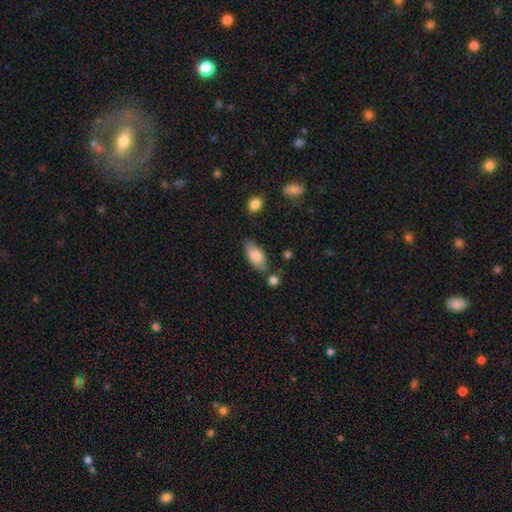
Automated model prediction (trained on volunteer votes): Smooth or featured?
  - smooth: 81% *
  - featured or disk: 13%
  - star or artifact: 6%
How rounded?
  - in between: 88% *
  - cigar-shaped: 10%
  - round: 2%
Merging?
  - none: 73% *
  - minor disturbance: 16%
  - merger: 7%
  - major disturbance: 4%